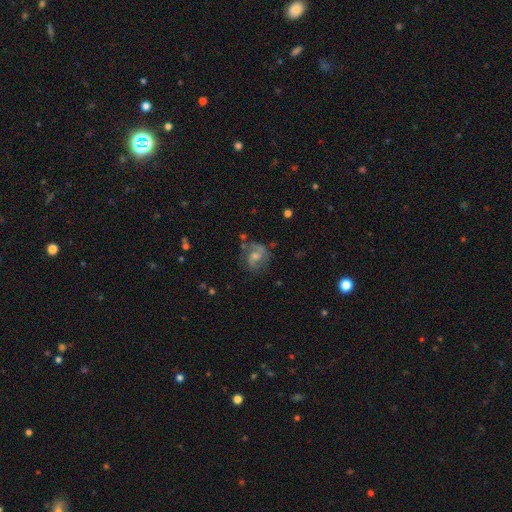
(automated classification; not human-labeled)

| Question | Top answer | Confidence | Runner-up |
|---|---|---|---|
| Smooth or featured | featured or disk | 62% | smooth (29%) |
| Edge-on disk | no | 97% | yes (3%) |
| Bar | no | 53% | weak (39%) |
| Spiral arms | yes | 84% | no (16%) |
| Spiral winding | medium | 47% | loose (35%) |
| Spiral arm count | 2 | 79% | can't tell (10%) |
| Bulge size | moderate | 50% | small (34%) |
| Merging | none | 61% | minor disturbance (22%) |